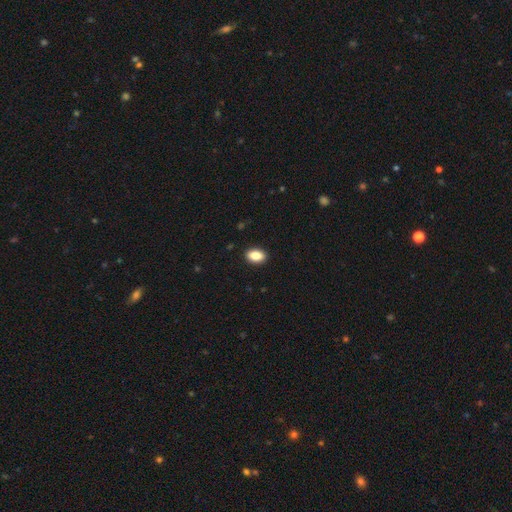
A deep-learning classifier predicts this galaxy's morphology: The model was most divided on "smooth or featured": smooth: 86%, star or artifact: 8%, featured or disk: 6%. More confident: merging — none (90%); how rounded — in between (89%).